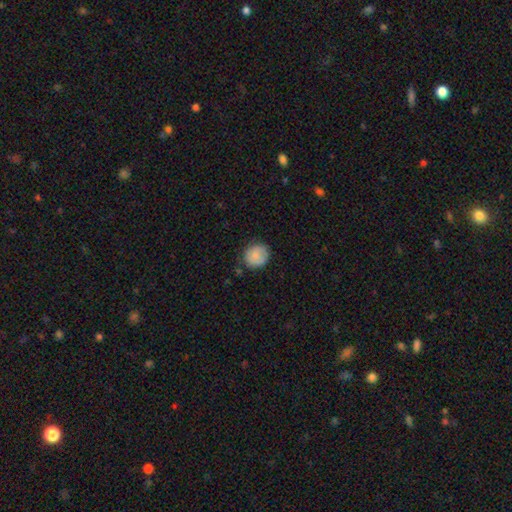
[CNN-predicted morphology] The model was most divided on "merging": none: 77%, minor disturbance: 18%, major disturbance: 4%, merger: 2%. More confident: how rounded — round (84%); smooth or featured — smooth (80%).